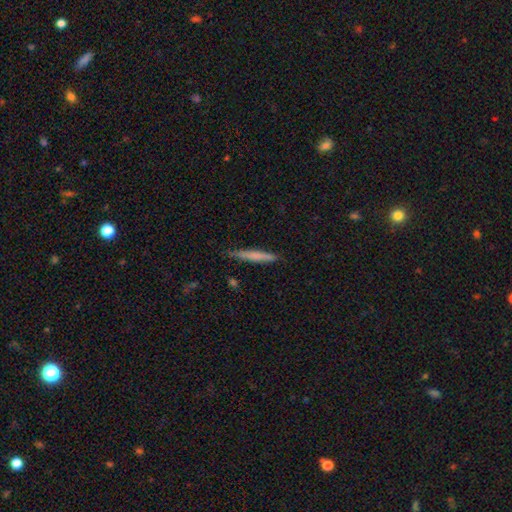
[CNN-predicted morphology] This appears to be a smooth galaxy with no disk features (65%) that is cigar-shaped (95%). Merging: none (85%).